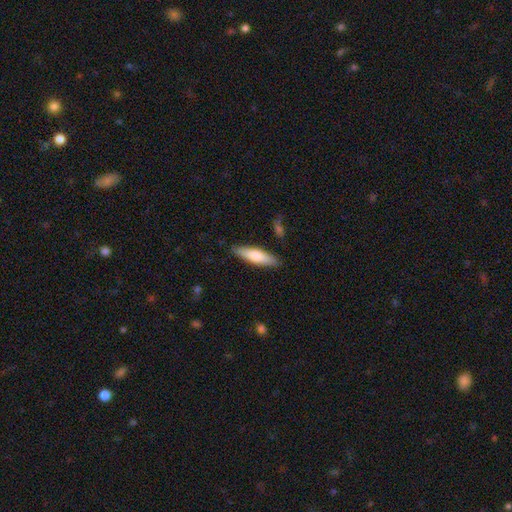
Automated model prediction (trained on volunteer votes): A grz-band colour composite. It shows a smooth galaxy with no disk features (70%) that is cigar-shaped (69%). Merging: none (87%).